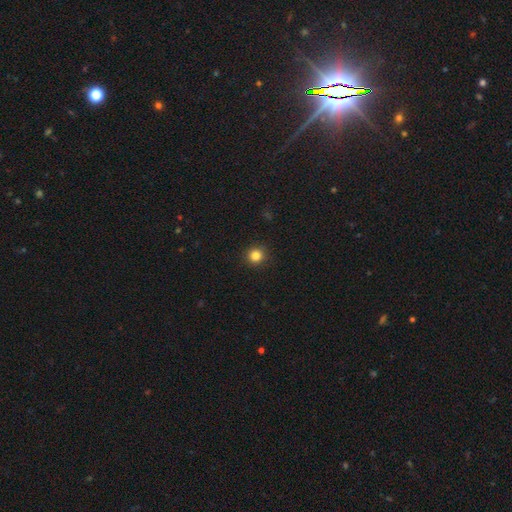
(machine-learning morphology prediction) Smooth or featured? Predicted: smooth (p=0.84). How rounded? Predicted: round (p=0.94). Merging? Predicted: none (p=0.92).